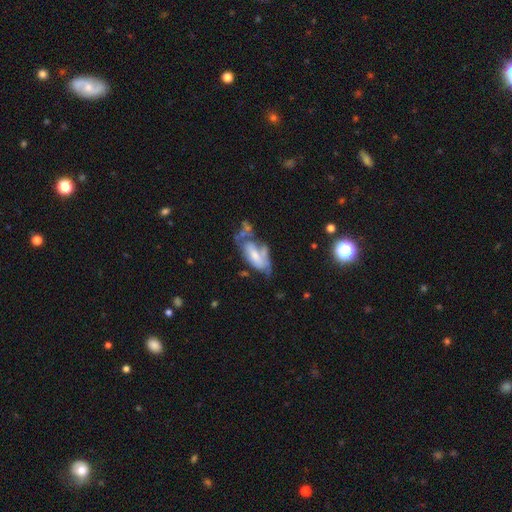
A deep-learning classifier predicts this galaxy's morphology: Smooth or featured: featured or disk — 47% (smooth — 45%)
Merging: major disturbance — 29% (none — 25%)